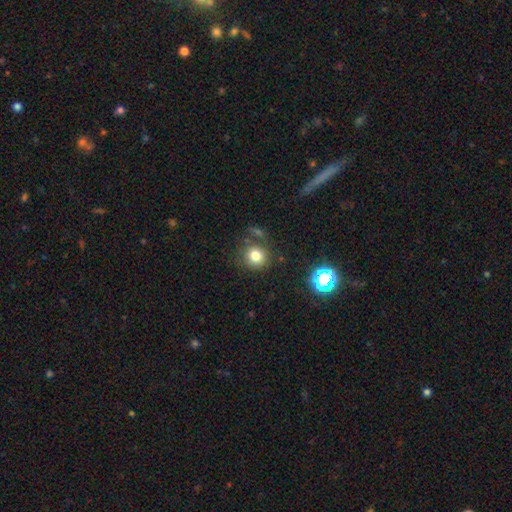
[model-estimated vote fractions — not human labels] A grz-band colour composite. It shows a smooth galaxy with no disk features (79%) that is round (89%). Merging: none (76%).